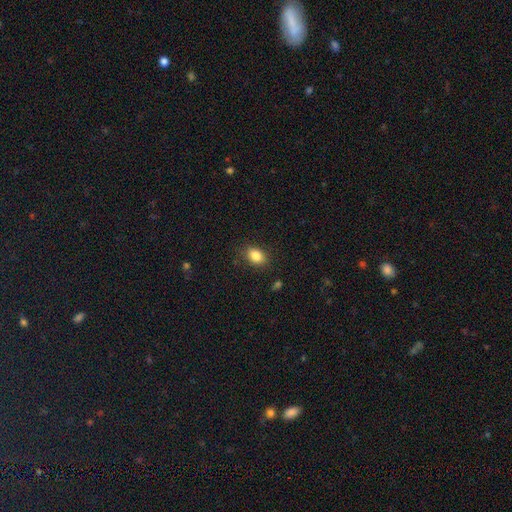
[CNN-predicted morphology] smooth_or_featured: smooth (p=0.85) [alt: star or artifact p=0.09]
how_rounded: in between (p=0.80) [alt: round p=0.18]
merging: none (p=0.85) [alt: minor disturbance p=0.11]